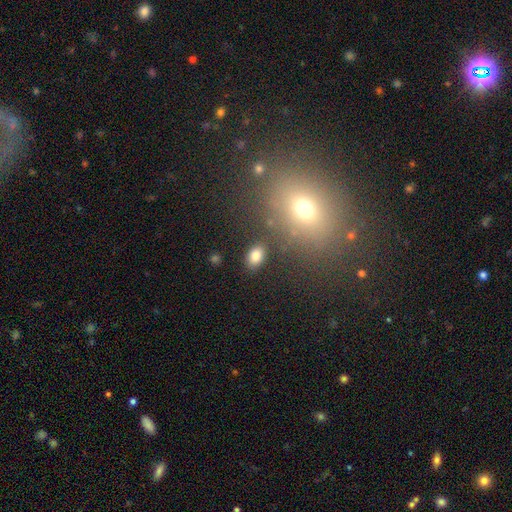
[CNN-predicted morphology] Q: Smooth or featured?
A: smooth (81%); runner-up: star or artifact (10%)
Q: How rounded?
A: in between (80%); runner-up: round (19%)
Q: Merging?
A: none (84%); runner-up: minor disturbance (9%)